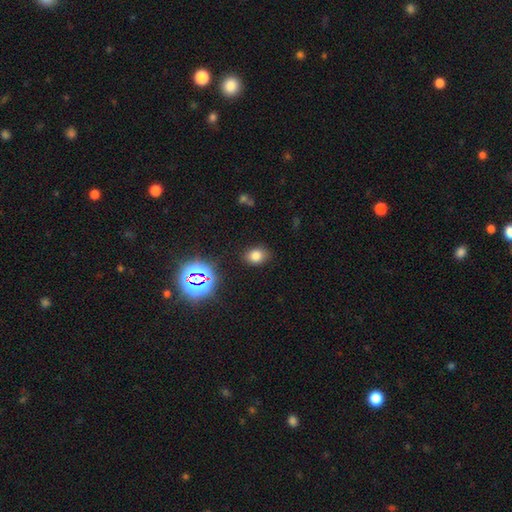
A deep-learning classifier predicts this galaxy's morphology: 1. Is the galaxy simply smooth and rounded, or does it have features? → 75% smooth, 18% star or artifact, 7% featured or disk.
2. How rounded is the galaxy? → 63% in between, 36% round, 1% cigar-shaped.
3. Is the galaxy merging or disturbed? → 84% none, 11% minor disturbance, 3% major disturbance, 2% merger.